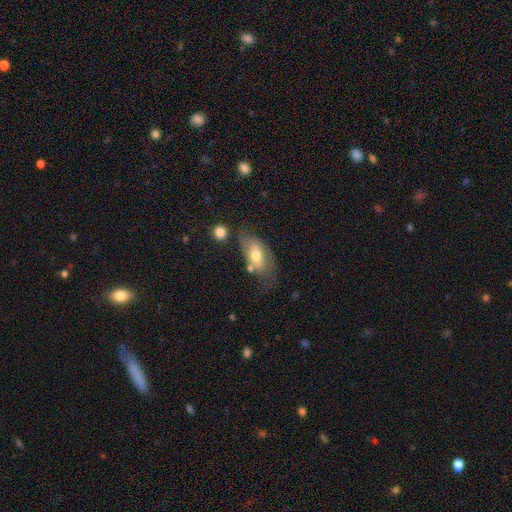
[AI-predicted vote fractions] Smooth or featured?
  - smooth: 58% *
  - featured or disk: 35%
  - star or artifact: 7%
How rounded?
  - in between: 89% *
  - cigar-shaped: 6%
  - round: 6%
Merging?
  - none: 53% *
  - minor disturbance: 25%
  - major disturbance: 12%
  - merger: 11%